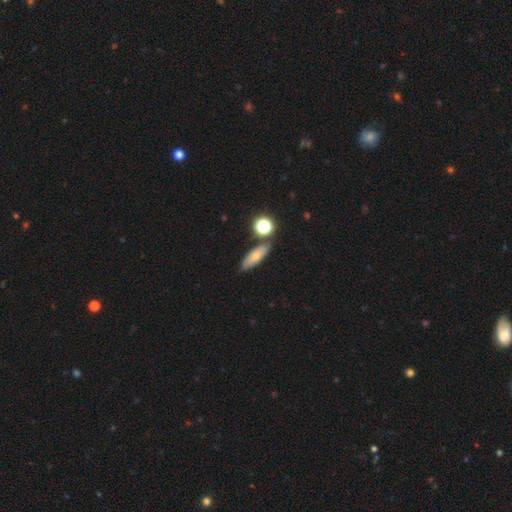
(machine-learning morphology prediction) A smooth galaxy with no disk features (70%) that is in between round and cigar-shaped (55%).

Vote fractions:
- Smooth or featured? smooth: 70% / featured or disk: 19% / star or artifact: 11%
- How rounded? in between: 55% / cigar-shaped: 39% / round: 6%
- Merging? none: 76% / minor disturbance: 12% / merger: 9% / major disturbance: 3%